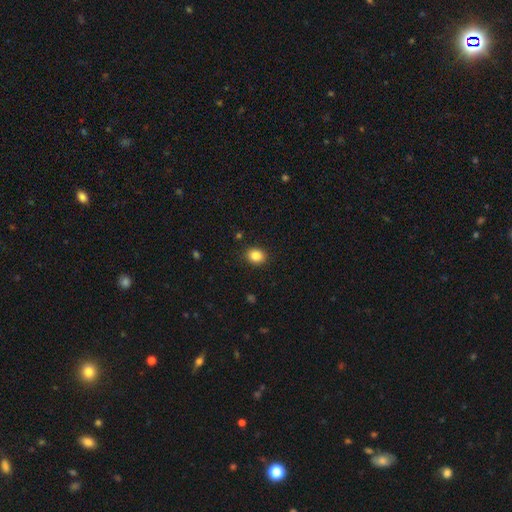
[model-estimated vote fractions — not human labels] smooth_or_featured: smooth (p=0.85) [alt: star or artifact p=0.10]
how_rounded: round (p=0.60) [alt: in between p=0.39]
merging: none (p=0.90) [alt: minor disturbance p=0.07]